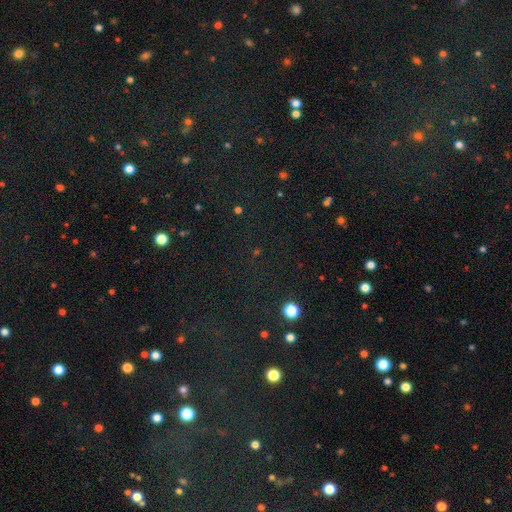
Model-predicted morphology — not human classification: This appears to be a star or artifact, not a galaxy (77%).